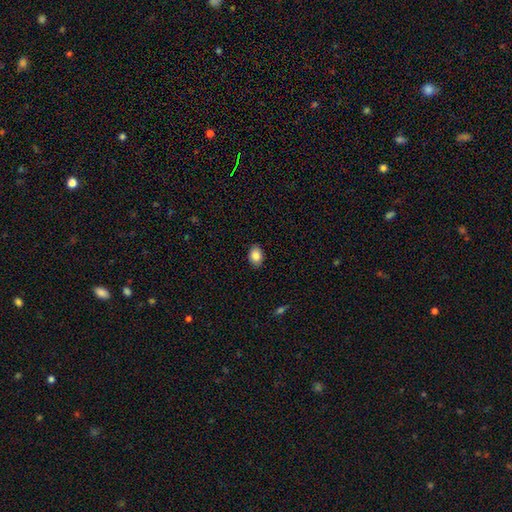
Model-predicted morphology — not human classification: A smooth galaxy with no disk features (86%) that is in between round and cigar-shaped (78%).

Vote fractions:
- Smooth or featured? smooth: 86% / star or artifact: 8% / featured or disk: 6%
- How rounded? in between: 78% / round: 21% / cigar-shaped: 1%
- Merging? none: 88% / minor disturbance: 9% / major disturbance: 2% / merger: 1%